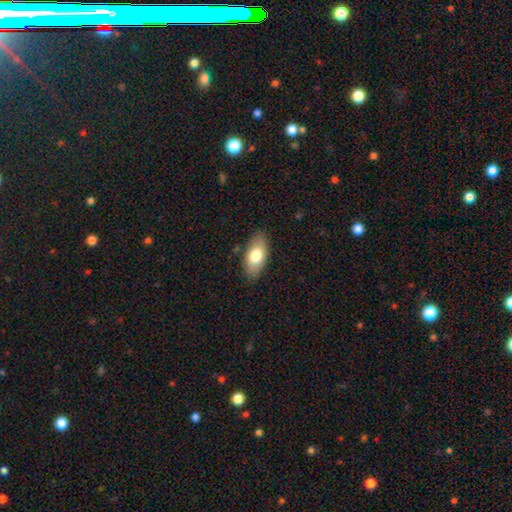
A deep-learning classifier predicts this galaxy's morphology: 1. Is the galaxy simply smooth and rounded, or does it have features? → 75% smooth, 19% featured or disk, 6% star or artifact.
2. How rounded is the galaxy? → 91% in between, 5% cigar-shaped, 3% round.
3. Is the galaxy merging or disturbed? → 84% none, 12% minor disturbance, 3% major disturbance, 1% merger.